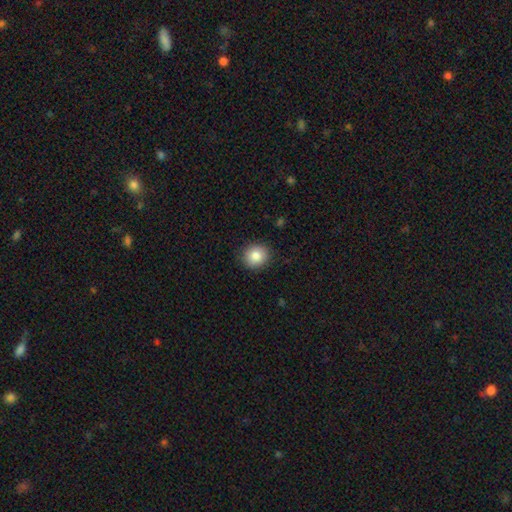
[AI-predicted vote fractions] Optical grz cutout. It shows a smooth galaxy with no disk features (85%) that is round (84%). Merging: none (90%).